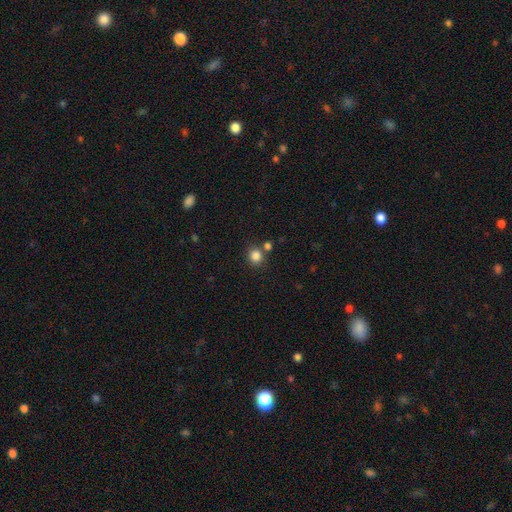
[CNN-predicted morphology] type=smooth (84%); roundness=round (79%); merging=none (72%).